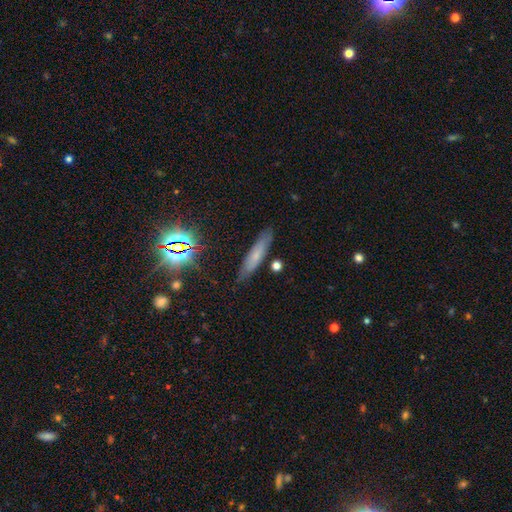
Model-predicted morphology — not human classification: Smooth or featured? smooth (61%)
How rounded? cigar-shaped (83%)
Merging? none (83%)